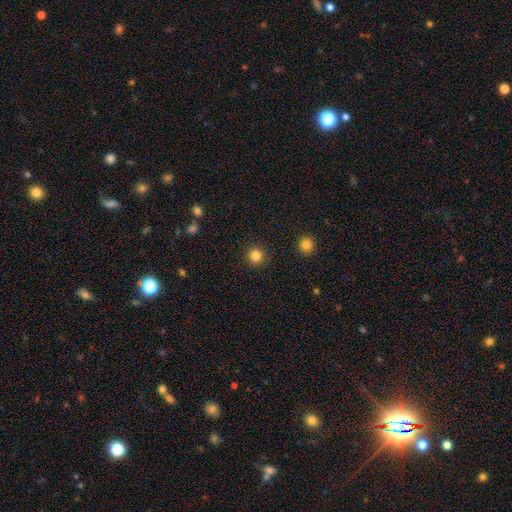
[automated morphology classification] This appears to be a smooth galaxy with no disk features (84%) that is round (95%). Merging: none (92%).